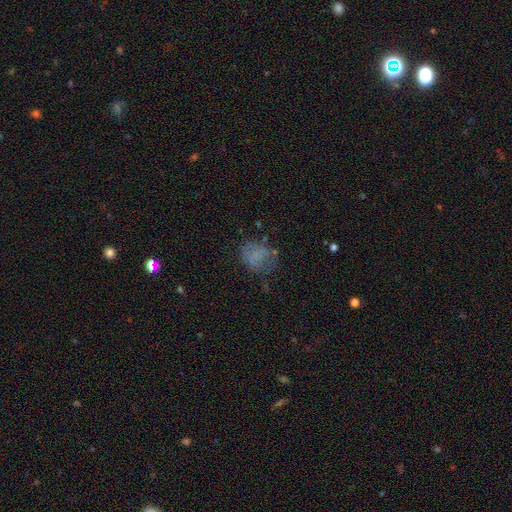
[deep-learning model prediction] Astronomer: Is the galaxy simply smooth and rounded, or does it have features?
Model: smooth — 60%.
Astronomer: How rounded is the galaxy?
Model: in between — 52% (runner-up: round, 46%).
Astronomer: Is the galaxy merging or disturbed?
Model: none — 51%.